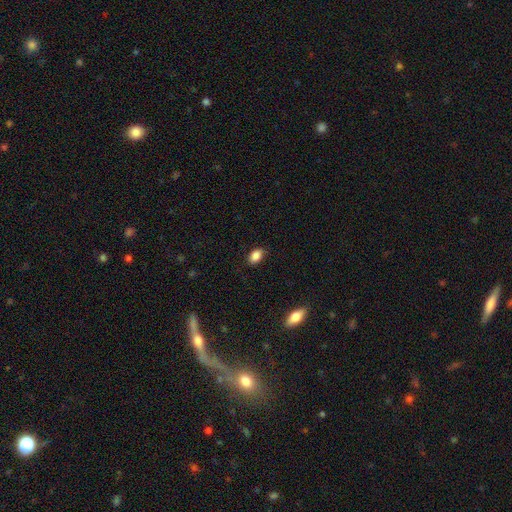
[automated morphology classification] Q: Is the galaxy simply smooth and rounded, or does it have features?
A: smooth — 87%.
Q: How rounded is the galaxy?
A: in between — 85%.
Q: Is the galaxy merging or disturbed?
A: none — 86%.